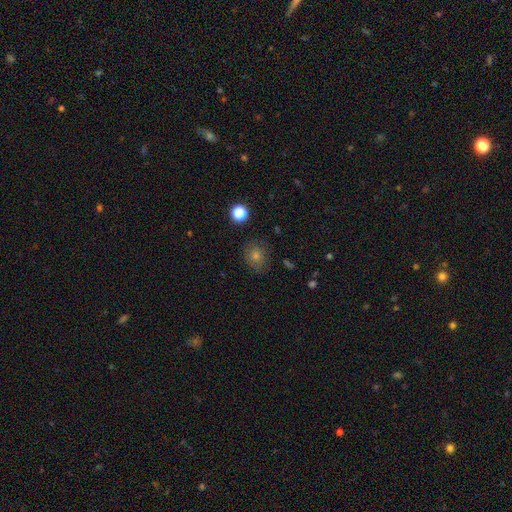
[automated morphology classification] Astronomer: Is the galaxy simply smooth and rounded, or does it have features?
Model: smooth — 62%.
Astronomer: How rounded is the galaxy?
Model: round — 76%.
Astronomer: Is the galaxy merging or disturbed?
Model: none — 83%.